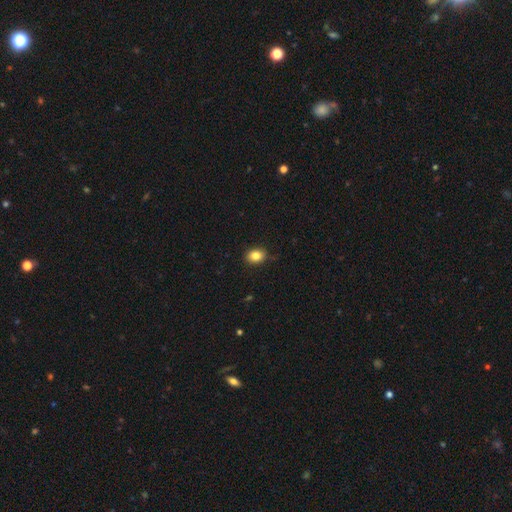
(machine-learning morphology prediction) Q: Smooth or featured?
A: smooth (84%); runner-up: star or artifact (10%)
Q: How rounded?
A: in between (56%); runner-up: round (43%)
Q: Merging?
A: none (87%); runner-up: minor disturbance (10%)